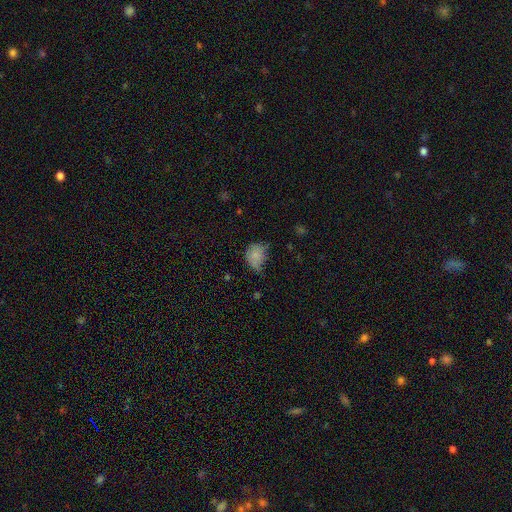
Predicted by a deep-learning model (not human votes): Smooth or featured?
  - smooth: 77% *
  - featured or disk: 13%
  - star or artifact: 10%
How rounded?
  - round: 54% *
  - in between: 45%
  - cigar-shaped: 1%
Merging?
  - minor disturbance: 43% *
  - none: 36%
  - major disturbance: 18%
  - merger: 3%